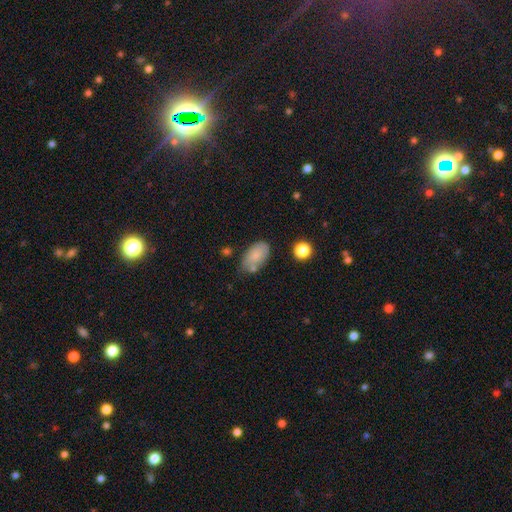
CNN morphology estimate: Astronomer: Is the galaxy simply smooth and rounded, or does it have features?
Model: smooth — 80%.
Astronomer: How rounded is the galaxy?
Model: in between — 93%.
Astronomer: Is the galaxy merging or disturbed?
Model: none — 62%.